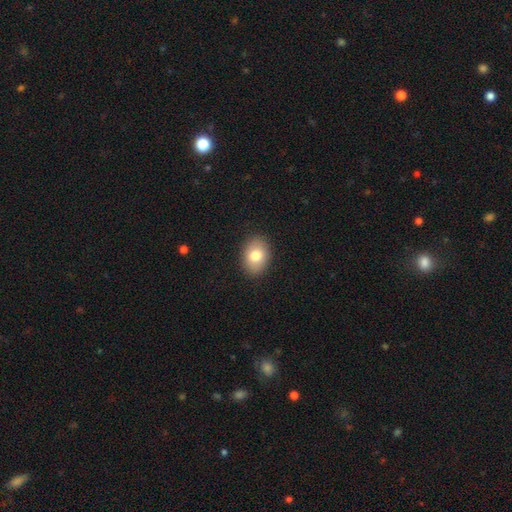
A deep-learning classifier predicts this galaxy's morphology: Smooth or featured: smooth — 80% (featured or disk — 12%)
How rounded: in between — 72% (round — 27%)
Merging: none — 90% (minor disturbance — 7%)